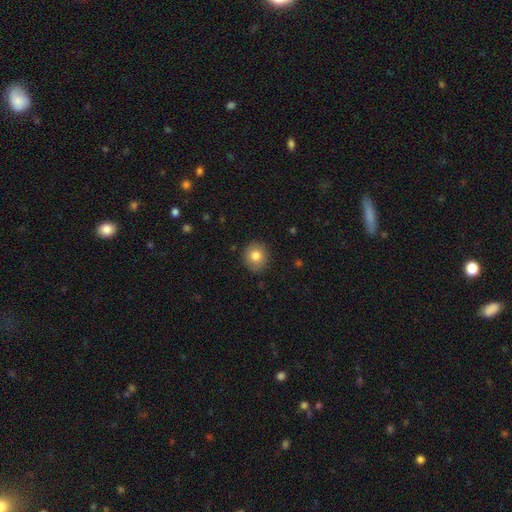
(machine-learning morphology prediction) smooth-or-featured: smooth: 80% | featured or disk: 11% | star or artifact: 9%
  how-rounded: round: 84% | in between: 15% | cigar-shaped: 1%
  merging: none: 88% | minor disturbance: 9% | major disturbance: 2% | merger: 1%